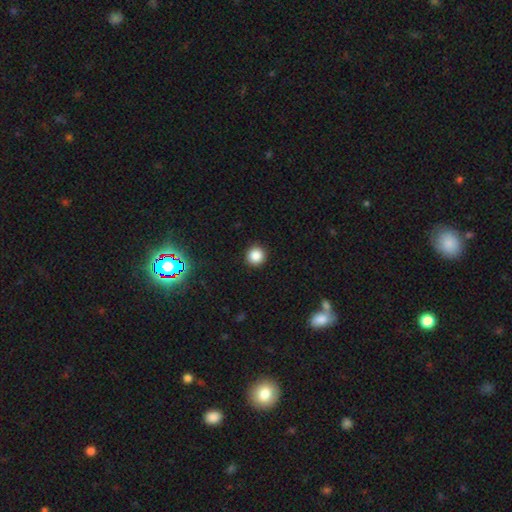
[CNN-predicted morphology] A smooth galaxy with no disk features (85%) that is round (95%). Merging: none (93%).